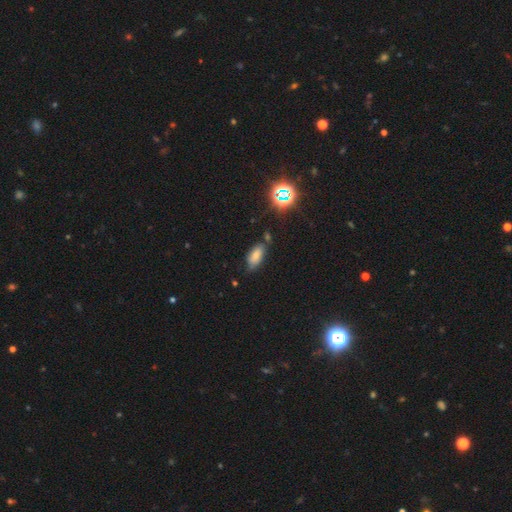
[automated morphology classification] Smooth or featured? Predicted: smooth (p=0.72). How rounded? Predicted: in between (p=0.86). Merging? Predicted: none (p=0.69).